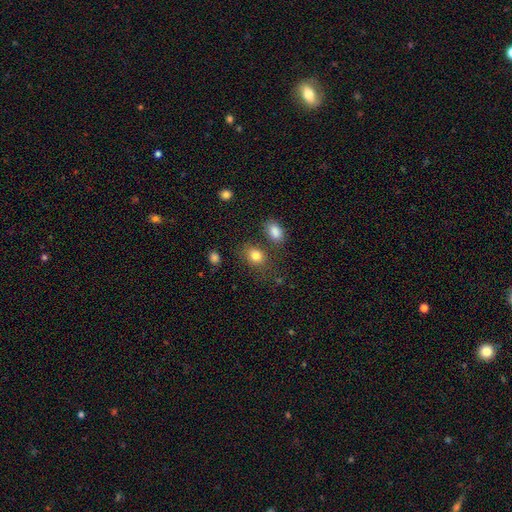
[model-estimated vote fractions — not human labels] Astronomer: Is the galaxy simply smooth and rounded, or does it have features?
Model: smooth — 82%.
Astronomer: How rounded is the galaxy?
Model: in between — 59% (runner-up: round, 40%).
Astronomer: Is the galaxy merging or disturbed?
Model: none — 69%.